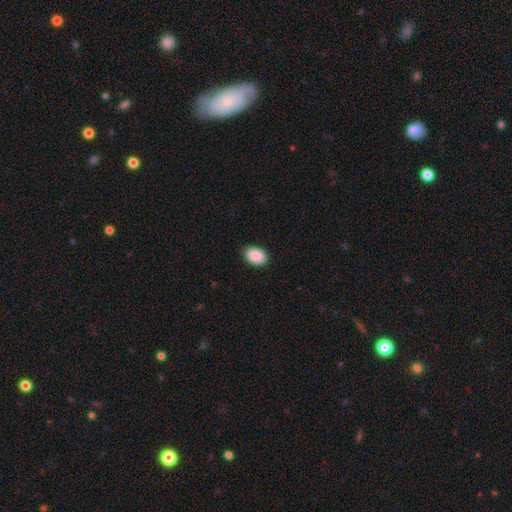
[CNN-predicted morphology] Q: Smooth or featured?
A: smooth (90%); runner-up: star or artifact (6%)
Q: How rounded?
A: in between (88%); runner-up: round (11%)
Q: Merging?
A: none (88%); runner-up: minor disturbance (9%)